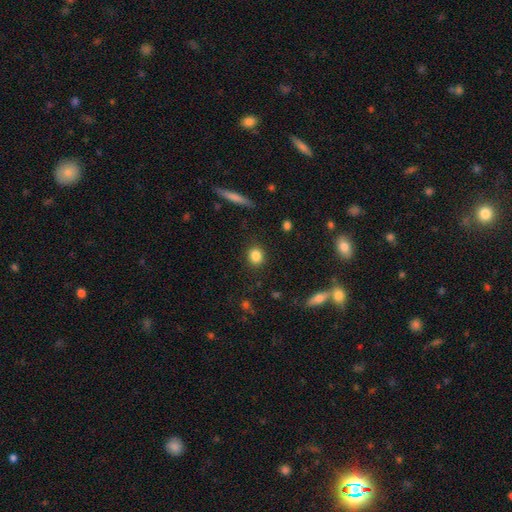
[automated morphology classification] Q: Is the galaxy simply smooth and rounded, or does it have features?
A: smooth — 84%.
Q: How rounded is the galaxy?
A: round — 78%.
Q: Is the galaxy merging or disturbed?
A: none — 89%.